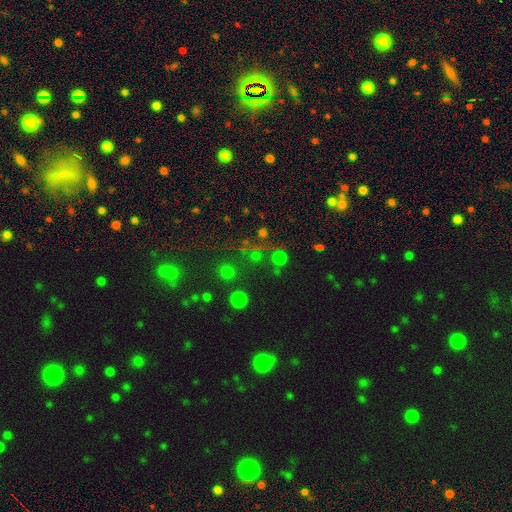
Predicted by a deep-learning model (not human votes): Smooth or featured: smooth — 48% (star or artifact — 43%)
Merging: none — 72% (merger — 11%)